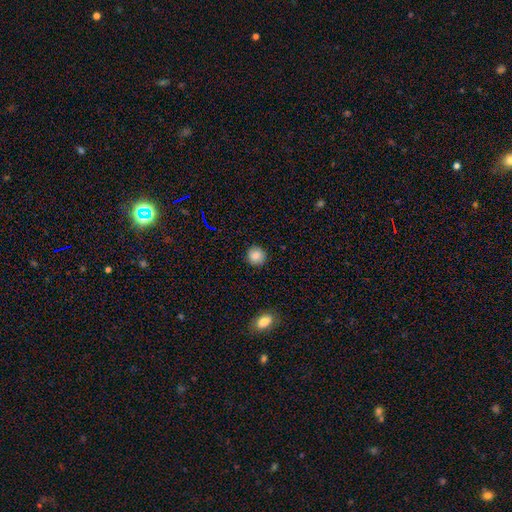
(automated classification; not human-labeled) A smooth galaxy with no disk features (84%) that is round (90%). Merging: none (90%).